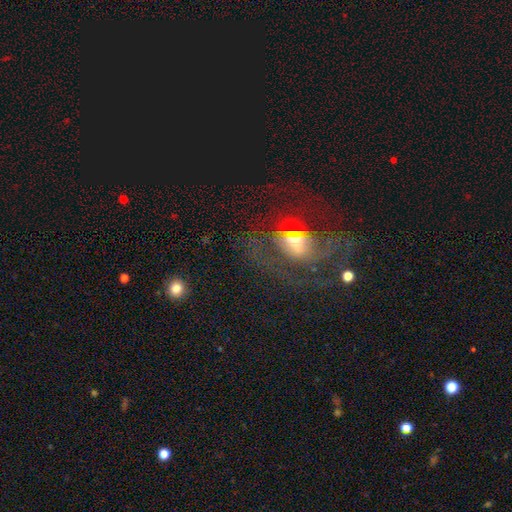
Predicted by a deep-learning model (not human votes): This is possibly a featured or disk galaxy (60%). It is clearly not viewed edge-on (94%). Bar: likely no (61%). Spiral arm pattern: likely yes (60%). Central bulge: possibly moderate (57%). Merging: possibly none (49%).